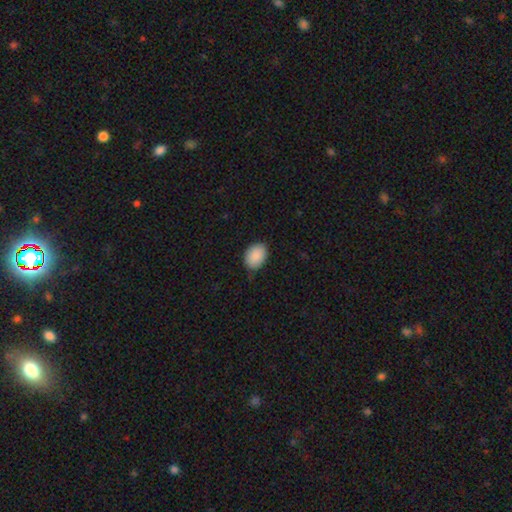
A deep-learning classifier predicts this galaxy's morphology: Smooth or featured? smooth (90%)
How rounded? in between (79%)
Merging? none (79%)